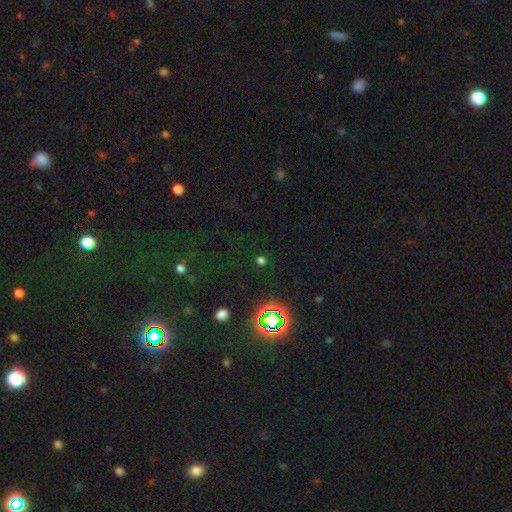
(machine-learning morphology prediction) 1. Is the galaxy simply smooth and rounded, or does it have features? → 74% star or artifact, 18% smooth, 8% featured or disk.